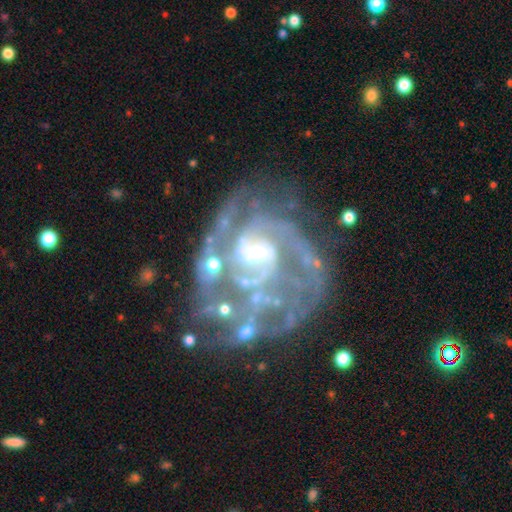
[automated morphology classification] Smooth or featured? featured or disk (89%)
Edge-on disk? no (98%)
Bar? weak (49%)
Spiral arms? yes (94%)
Spiral winding? tight (52%)
Spiral arm count? 2 (31%)
Bulge size? small (46%)
Merging? none (53%)